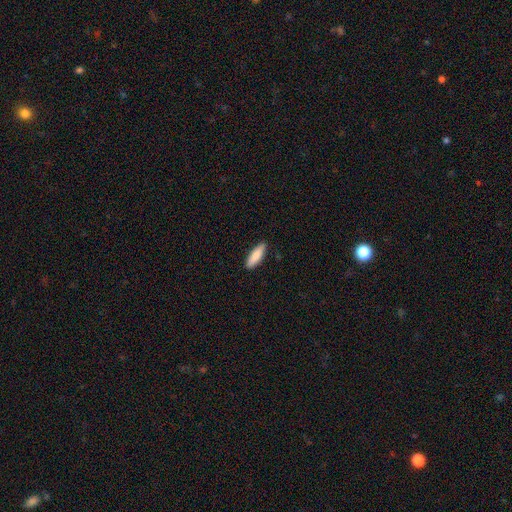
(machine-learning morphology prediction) type=smooth (86%); roundness=cigar-shaped (54%); merging=none (89%).